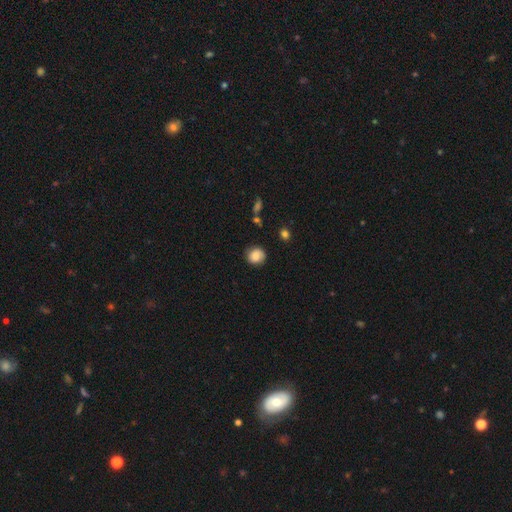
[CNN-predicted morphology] smooth-or-featured: smooth: 79% | featured or disk: 12% | star or artifact: 9%
  how-rounded: round: 85% | in between: 14% | cigar-shaped: 1%
  merging: none: 78% | minor disturbance: 16% | major disturbance: 4% | merger: 2%